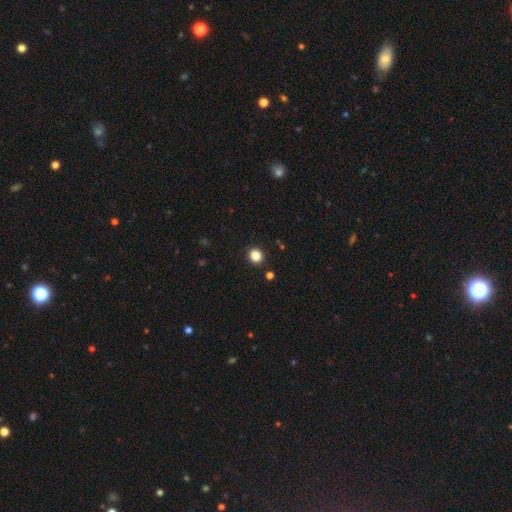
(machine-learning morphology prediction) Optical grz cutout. It shows a smooth galaxy with no disk features (86%) that is round (80%). Merging: none (91%).